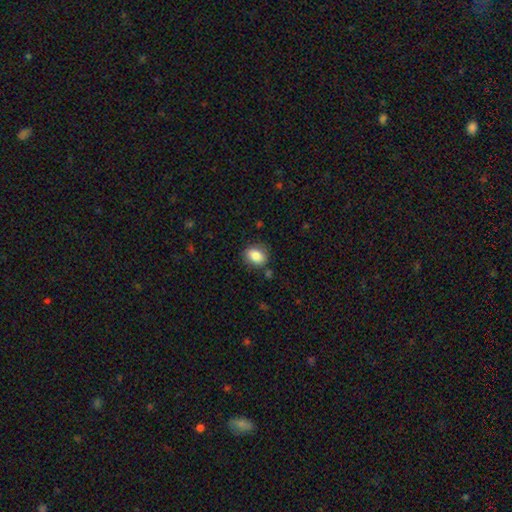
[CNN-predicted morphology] type=smooth (84%); roundness=in between (55%); merging=none (81%).